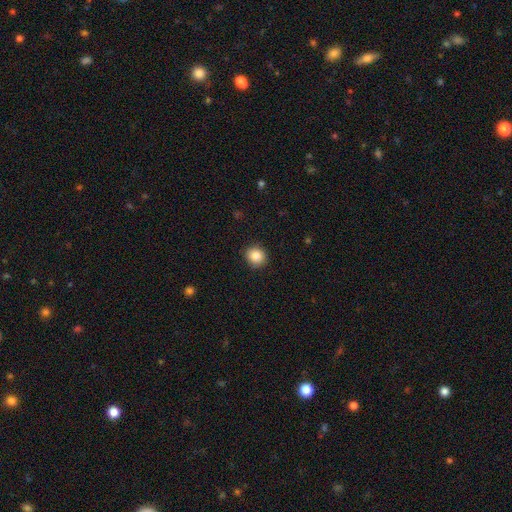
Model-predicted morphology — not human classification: Overall: smooth (85%). How rounded: round (86%). Merging: none (88%).